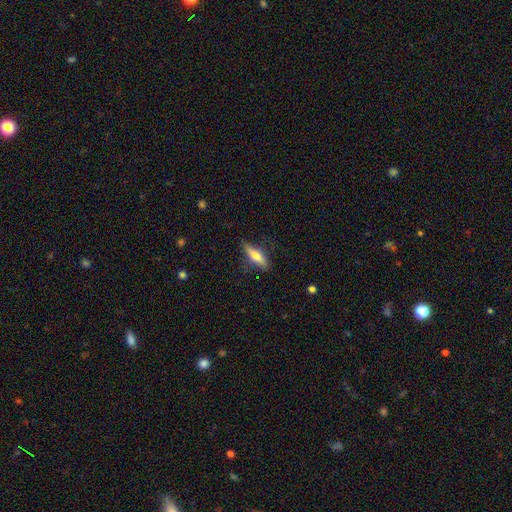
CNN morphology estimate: This is possibly a smooth galaxy (55%). How rounded: likely cigar-shaped (66%). Merging: likely none (78%).